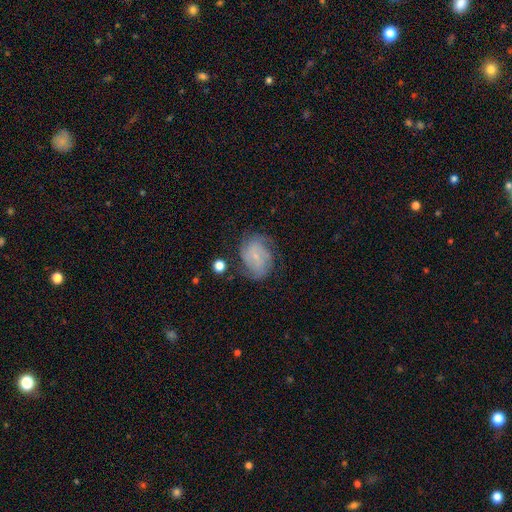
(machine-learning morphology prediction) This appears to be a featured or disk galaxy (61%) with no bar (56%), tight (50%) spiral arms (85%) and a small central bulge (77%). Merging: none (63%).